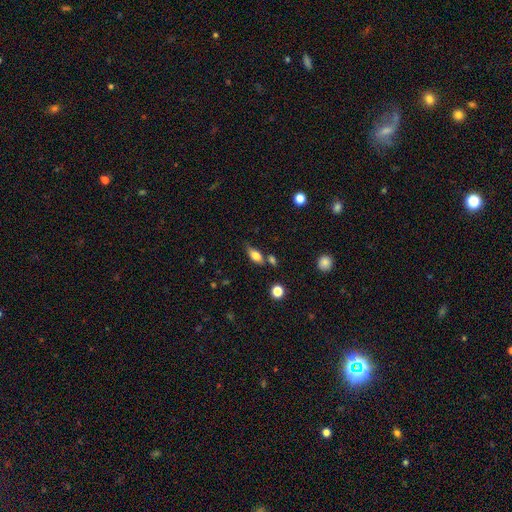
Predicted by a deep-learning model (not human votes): Morphology: type=smooth (66%); roundness=in between (79%); merging=none (65%).